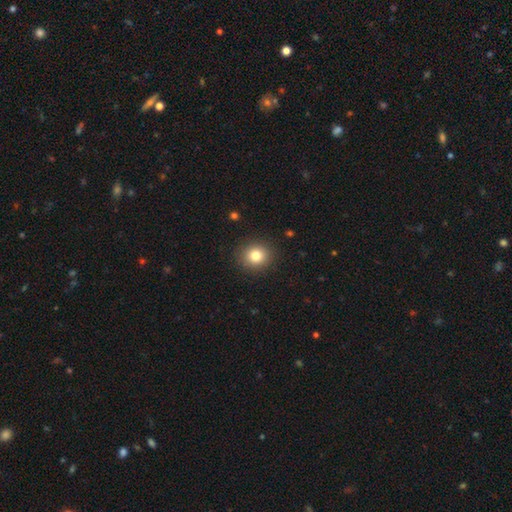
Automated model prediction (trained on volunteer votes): This appears to be a smooth galaxy with no disk features (81%) that is round (84%). Merging: none (90%).